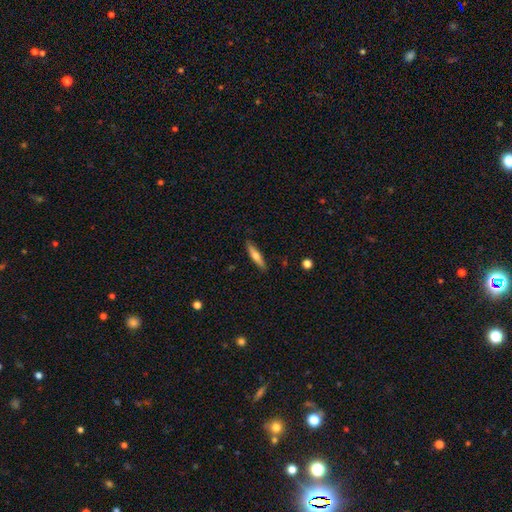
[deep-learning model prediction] smooth-or-featured: smooth: 58% | featured or disk: 36% | star or artifact: 6%
  how-rounded: cigar-shaped: 81% | in between: 17% | round: 2%
  merging: none: 87% | minor disturbance: 10% | major disturbance: 2% | merger: 1%